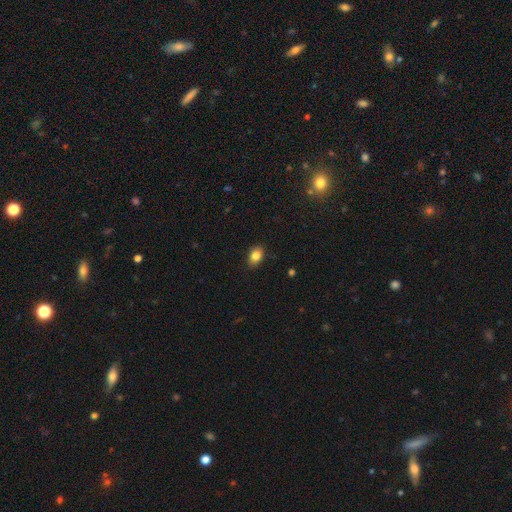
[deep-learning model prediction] This appears to be a smooth galaxy with no disk features (85%) that is in between round and cigar-shaped (74%). Merging: none (86%).